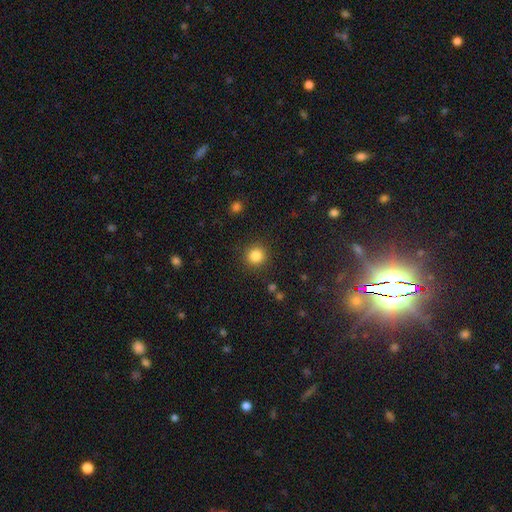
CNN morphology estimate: Overall: smooth (84%). How rounded: round (93%). Merging: none (90%).